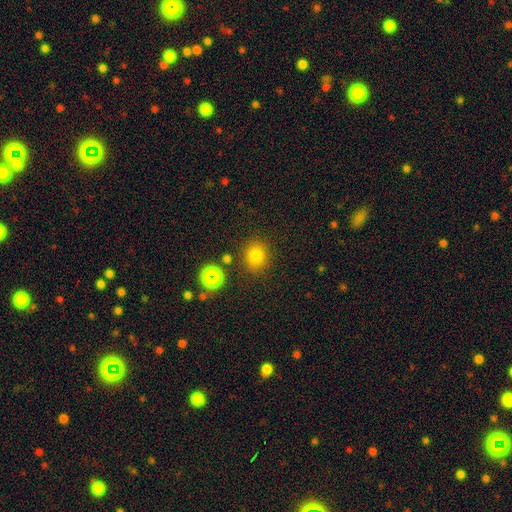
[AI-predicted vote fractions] smooth_or_featured: smooth (p=0.77) [alt: star or artifact p=0.16]
how_rounded: round (p=0.82) [alt: in between p=0.17]
merging: none (p=0.85) [alt: minor disturbance p=0.08]